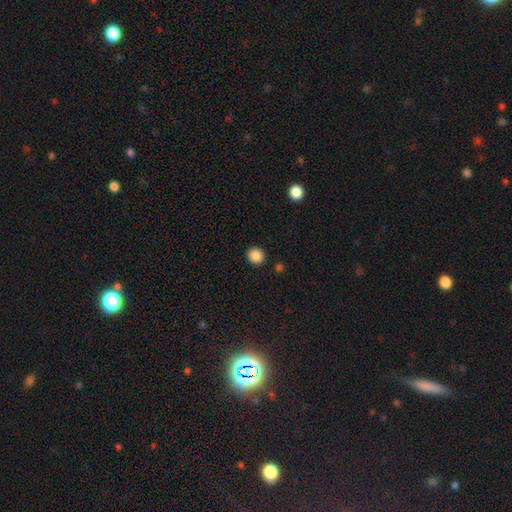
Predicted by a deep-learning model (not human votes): The model was most divided on "smooth or featured": smooth: 87%, star or artifact: 10%, featured or disk: 3%. More confident: merging — none (92%); how rounded — round (90%).